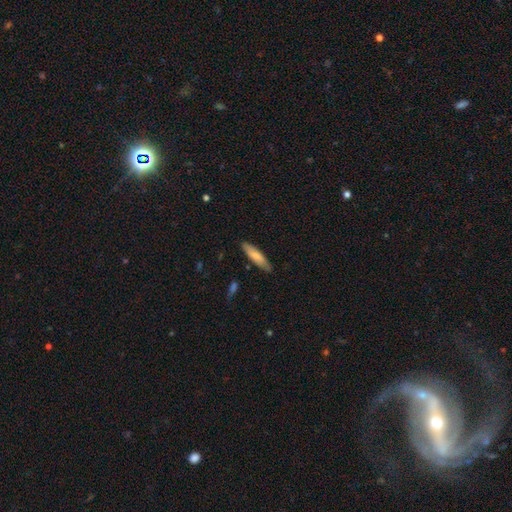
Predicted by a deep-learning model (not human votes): smooth-or-featured: smooth: 76% | featured or disk: 19% | star or artifact: 5%
  how-rounded: cigar-shaped: 70% | in between: 28% | round: 1%
  merging: none: 84% | minor disturbance: 13% | major disturbance: 2% | merger: 2%